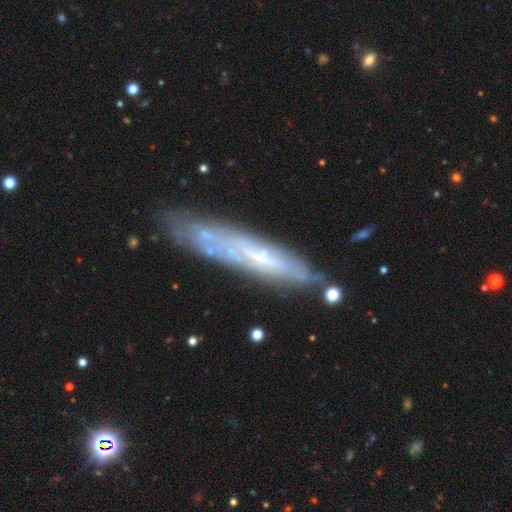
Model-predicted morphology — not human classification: The model was most divided on "edge-on disk": yes: 60%, no: 40%. More confident: merging — none (74%); smooth or featured — featured or disk (61%).